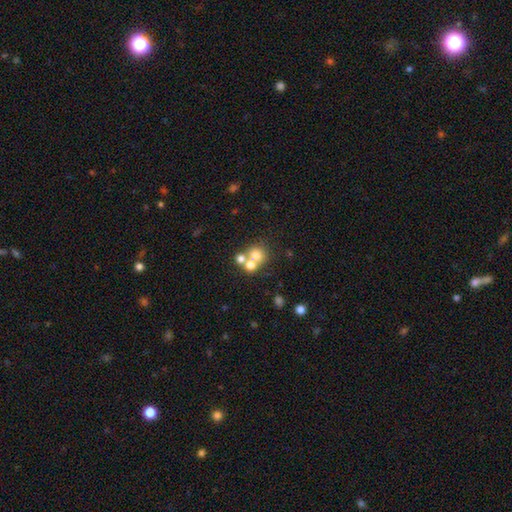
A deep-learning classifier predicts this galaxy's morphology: Smooth or featured? Predicted: smooth (p=0.65). How rounded? Predicted: round (p=0.83). Merging? Predicted: merger (p=0.48).